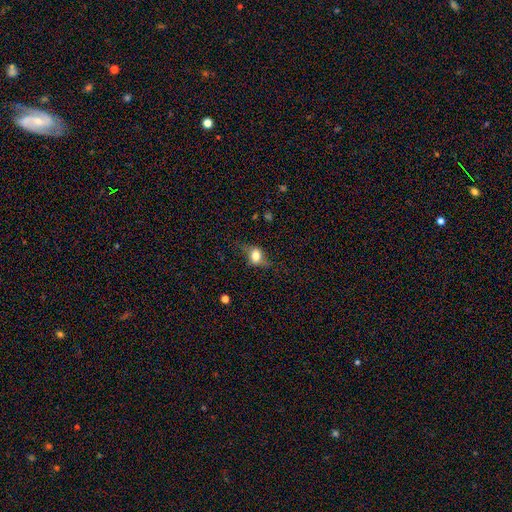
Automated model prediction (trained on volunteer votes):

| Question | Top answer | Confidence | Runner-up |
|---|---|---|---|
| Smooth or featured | smooth | 61% | featured or disk (28%) |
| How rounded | in between | 56% | round (40%) |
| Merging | none | 66% | minor disturbance (22%) |